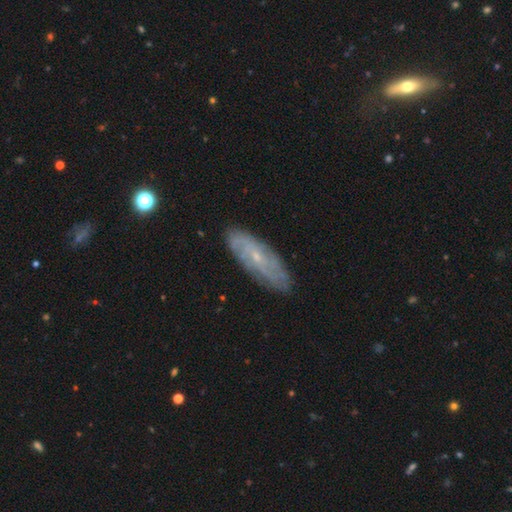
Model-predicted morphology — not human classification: Smooth or featured? Predicted: featured or disk (p=0.66). Edge-on disk? Predicted: no (p=0.79). Bar? Predicted: no (p=0.66). Spiral arms? Predicted: yes (p=0.80). Bulge size? Predicted: small (p=0.80). Merging? Predicted: none (p=0.83).